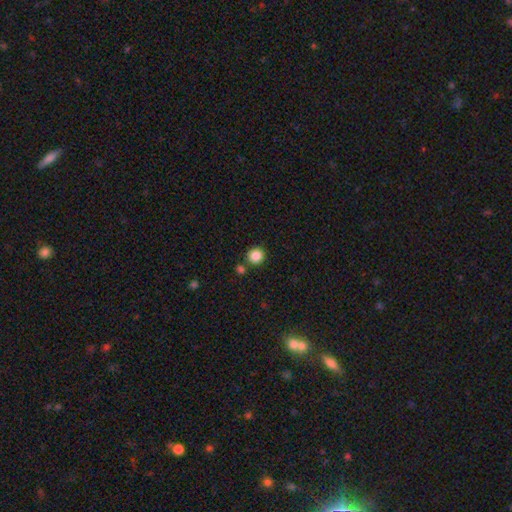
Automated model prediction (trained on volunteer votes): Overall: smooth (86%). How rounded: round (92%). Merging: none (82%).